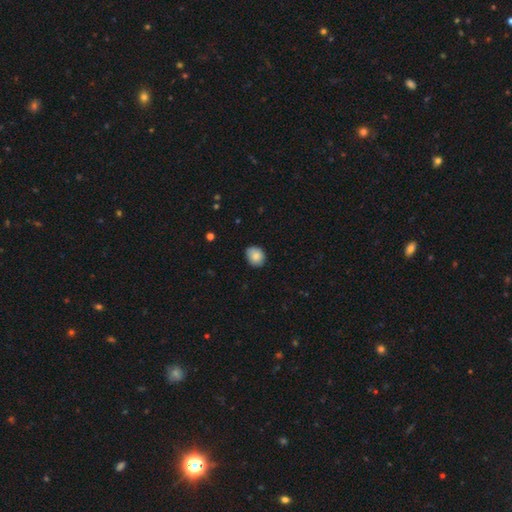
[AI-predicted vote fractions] A smooth galaxy with no disk features (85%) that is round (58%).

Vote fractions:
- Smooth or featured? smooth: 85% / star or artifact: 8% / featured or disk: 7%
- How rounded? round: 58% / in between: 41% / cigar-shaped: 1%
- Merging? none: 77% / minor disturbance: 19% / major disturbance: 3% / merger: 1%